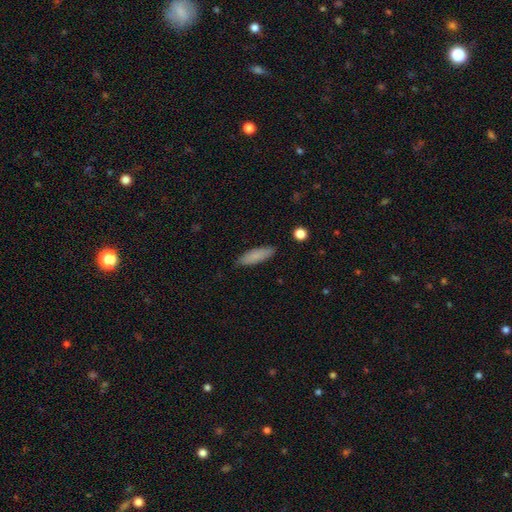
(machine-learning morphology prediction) A smooth galaxy with no disk features (83%) that is cigar-shaped (56%). Merging: none (86%).